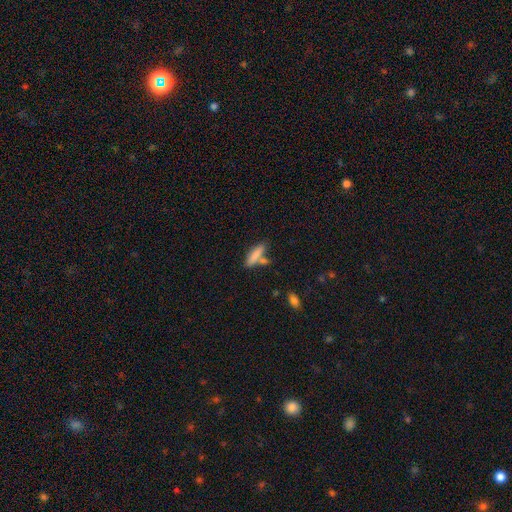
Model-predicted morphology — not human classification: smooth 80%, featured or disk 13%, star or artifact 7%. Down the decision tree: how rounded — cigar-shaped (68%); merging — none (56%).